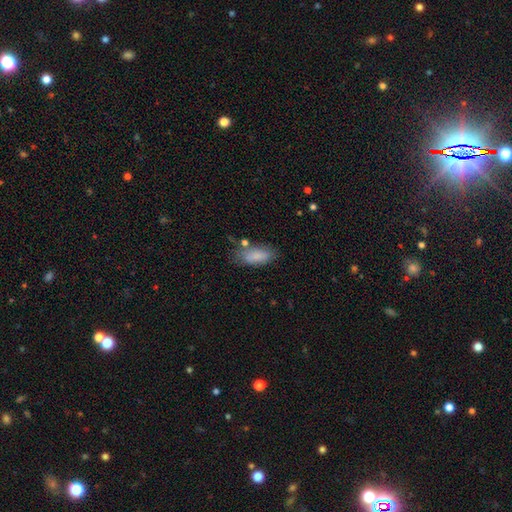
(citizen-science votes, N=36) smooth_or_featured: smooth (p=0.92) [alt: featured or disk p=0.06]
how_rounded: in between (p=0.97) [alt: round p=0.03]
merging: none (p=0.71) [alt: minor disturbance p=0.20]